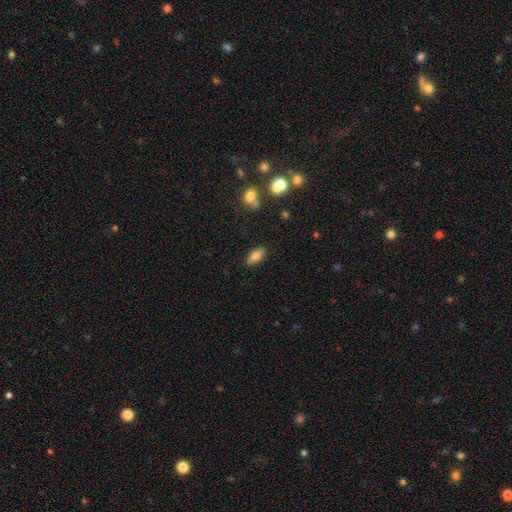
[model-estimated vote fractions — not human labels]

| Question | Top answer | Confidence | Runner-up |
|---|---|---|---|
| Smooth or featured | smooth | 74% | featured or disk (18%) |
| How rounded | in between | 82% | cigar-shaped (14%) |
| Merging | none | 86% | minor disturbance (10%) |